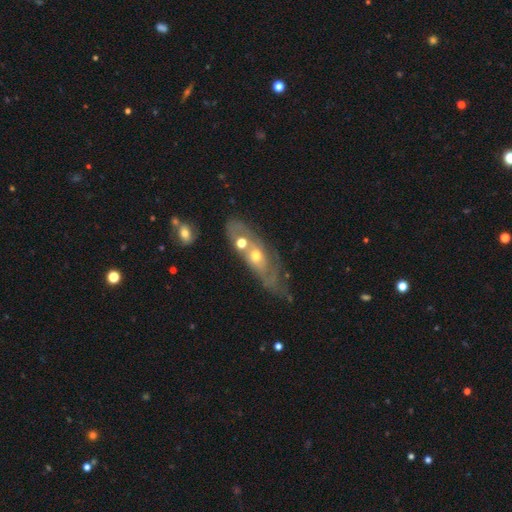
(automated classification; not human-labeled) This appears to be a featured or disk galaxy (63%). Merging: none (39%).